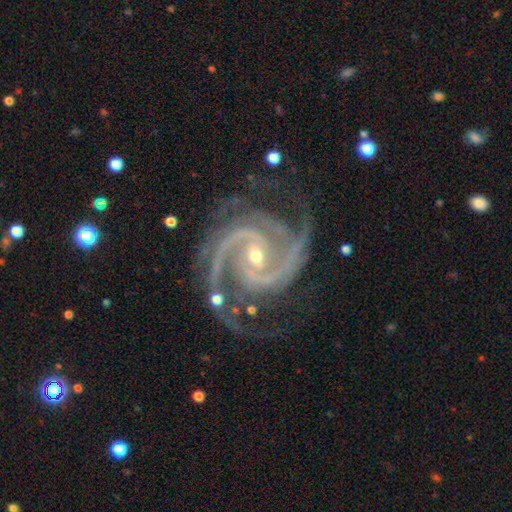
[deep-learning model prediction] Smooth or featured: featured or disk — 94% (star or artifact — 4%)
Edge-on disk: no — 98% (yes — 2%)
Bar: no — 40% (weak — 37%)
Spiral arms: yes — 99% (no — 1%)
Spiral winding: tight — 47% (medium — 46%)
Spiral arm count: 2 — 54% (3 — 25%)
Bulge size: small — 58% (moderate — 39%)
Merging: none — 66% (minor disturbance — 19%)